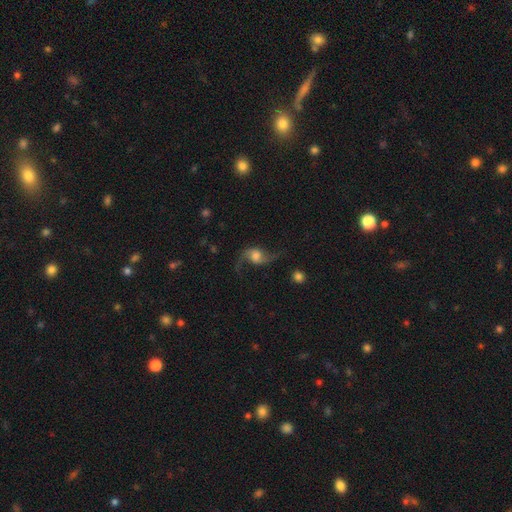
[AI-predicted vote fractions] Morphology: type=featured or disk (78%); edge-on=no (96%); bar=no (62%); spiral arms=yes (96%); winding=loose (88%); arm count=2 (93%); bulge=moderate (45%); merging=none (70%).